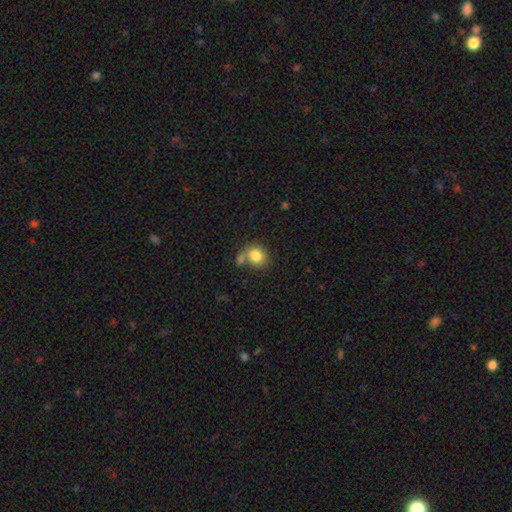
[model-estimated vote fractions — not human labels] smooth_or_featured: smooth (p=0.82) [alt: star or artifact p=0.09]
how_rounded: round (p=0.72) [alt: in between p=0.27]
merging: none (p=0.52) [alt: merger p=0.29]